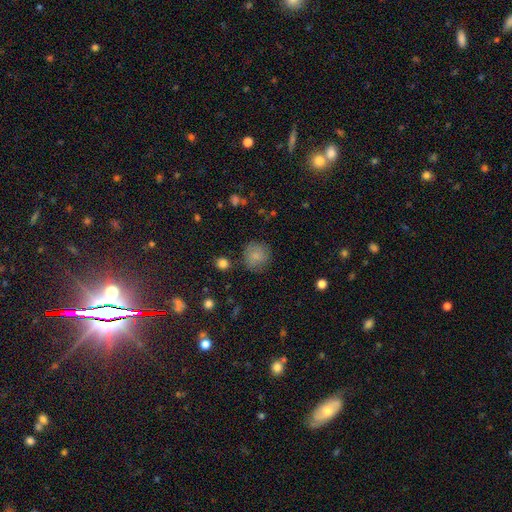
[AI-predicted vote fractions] smooth_or_featured: smooth (p=0.77) [alt: featured or disk p=0.13]
how_rounded: round (p=0.89) [alt: in between p=0.10]
merging: none (p=0.77) [alt: minor disturbance p=0.16]